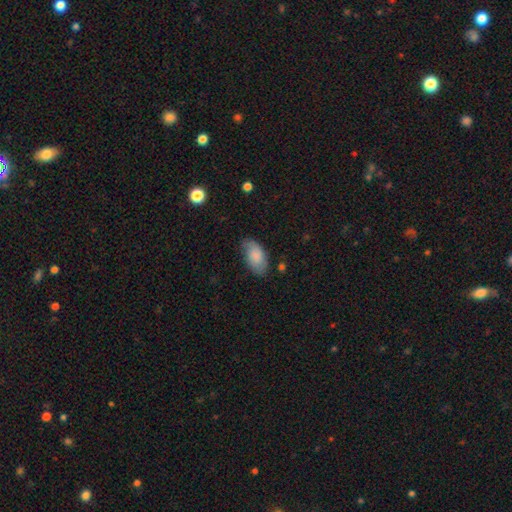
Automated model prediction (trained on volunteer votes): This is likely a smooth galaxy (77%). How rounded: clearly in between (94%). Merging: likely none (70%).